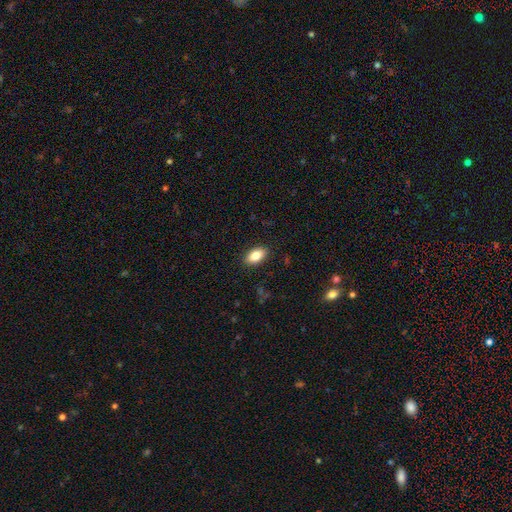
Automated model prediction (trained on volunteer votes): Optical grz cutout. It shows a smooth galaxy with no disk features (84%) that is in between round and cigar-shaped (92%). Merging: none (89%).